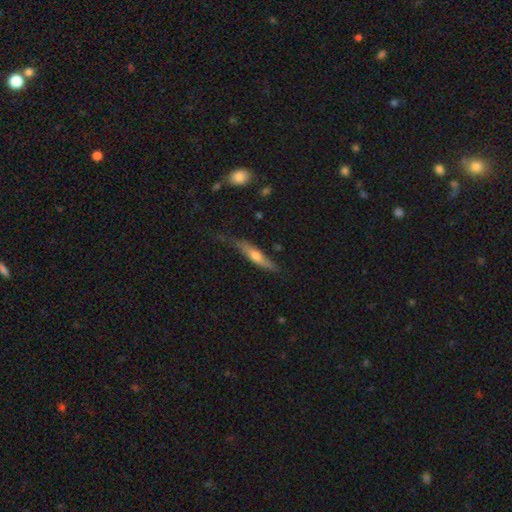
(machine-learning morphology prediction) Smooth or featured? Predicted: featured or disk (p=0.49). Merging? Predicted: none (p=0.64).